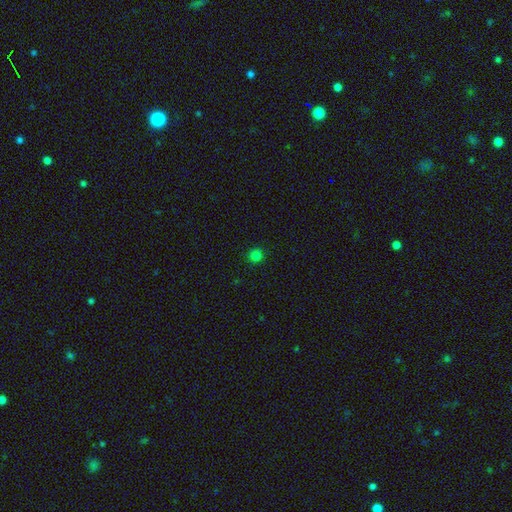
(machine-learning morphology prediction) Q: Smooth or featured?
A: smooth (80%); runner-up: star or artifact (17%)
Q: How rounded?
A: round (92%); runner-up: in between (7%)
Q: Merging?
A: none (92%); runner-up: minor disturbance (6%)